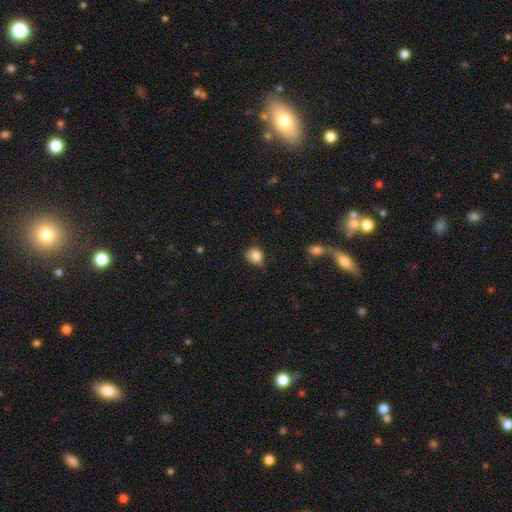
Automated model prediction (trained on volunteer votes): A smooth galaxy with no disk features (84%) that is round (67%).

Vote fractions:
- Smooth or featured? smooth: 84% / star or artifact: 9% / featured or disk: 6%
- How rounded? round: 67% / in between: 32% / cigar-shaped: 1%
- Merging? none: 59% / minor disturbance: 33% / major disturbance: 6% / merger: 2%